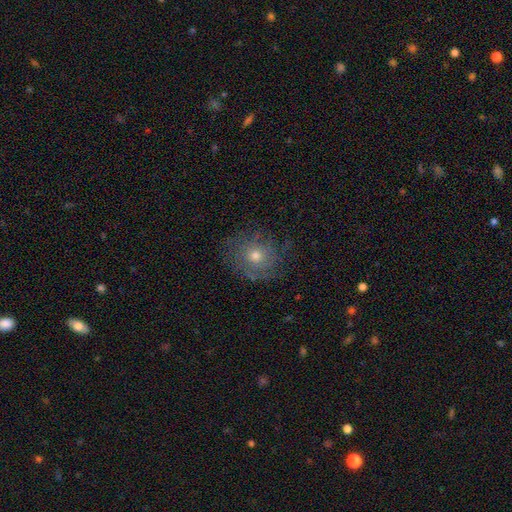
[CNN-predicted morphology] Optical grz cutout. It shows a smooth galaxy with no disk features (44%). Merging: none (75%).